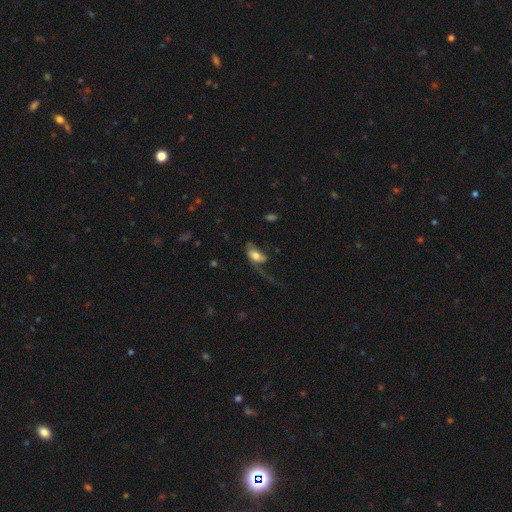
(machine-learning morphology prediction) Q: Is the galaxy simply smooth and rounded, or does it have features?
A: smooth — 58%.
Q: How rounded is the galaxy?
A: in between — 88%.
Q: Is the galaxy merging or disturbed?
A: major disturbance — 54%.